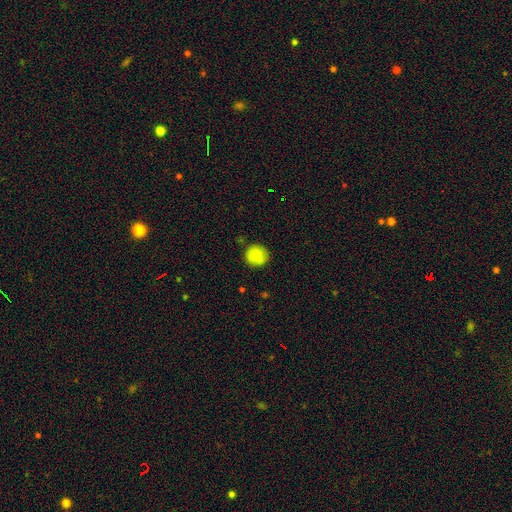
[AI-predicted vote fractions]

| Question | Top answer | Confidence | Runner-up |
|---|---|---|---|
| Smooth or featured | smooth | 87% | star or artifact (8%) |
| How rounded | round | 91% | in between (8%) |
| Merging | none | 84% | minor disturbance (12%) |